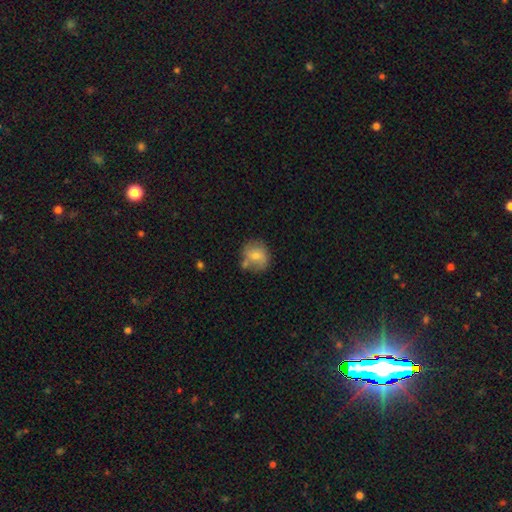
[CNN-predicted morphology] A smooth galaxy with no disk features (66%) that is round (73%).

Vote fractions:
- Smooth or featured? smooth: 66% / featured or disk: 24% / star or artifact: 9%
- How rounded? round: 73% / in between: 26% / cigar-shaped: 1%
- Merging? none: 59% / minor disturbance: 20% / merger: 15% / major disturbance: 6%